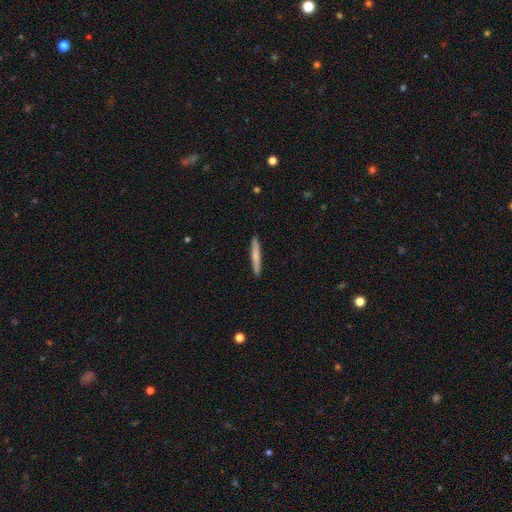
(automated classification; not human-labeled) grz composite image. It shows a smooth galaxy with no disk features (66%) that is cigar-shaped (95%). Merging: none (91%).